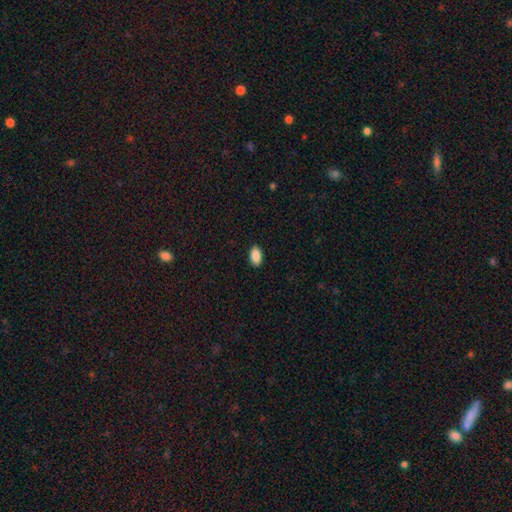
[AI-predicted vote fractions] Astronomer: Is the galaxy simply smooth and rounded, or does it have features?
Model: smooth — 89%.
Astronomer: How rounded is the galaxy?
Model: in between — 93%.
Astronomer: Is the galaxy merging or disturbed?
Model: none — 90%.